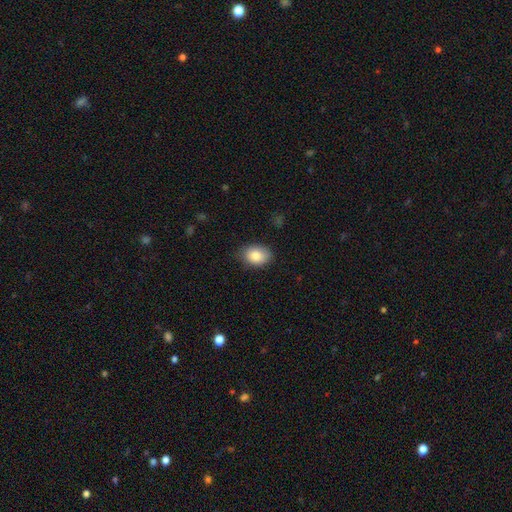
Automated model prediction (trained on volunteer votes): Morphology: type=smooth (84%); roundness=in between (75%); merging=none (81%).